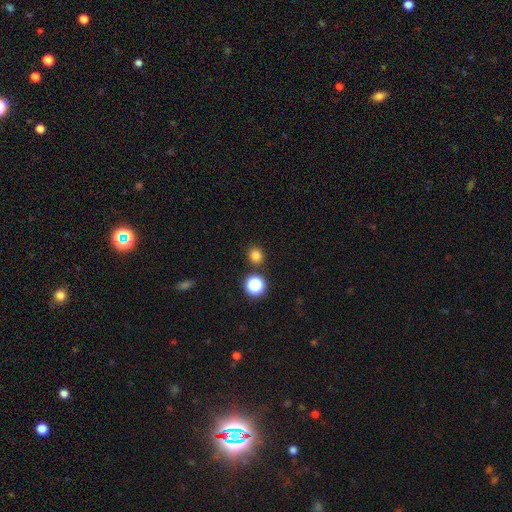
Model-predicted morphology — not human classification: This is likely a smooth galaxy (80%). How rounded: clearly round (85%). Merging: clearly none (86%).